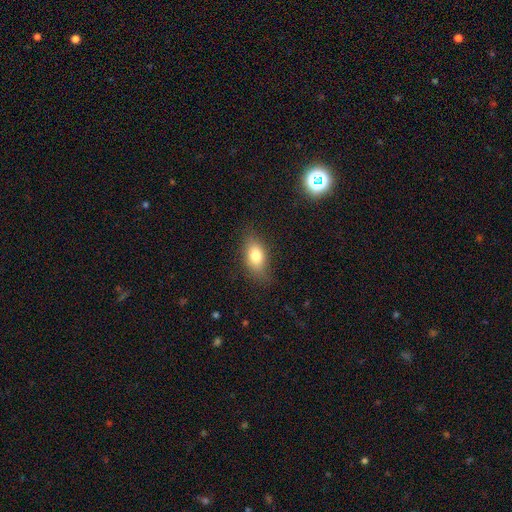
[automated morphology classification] Overall: smooth (78%). How rounded: in between (85%). Merging: none (76%).